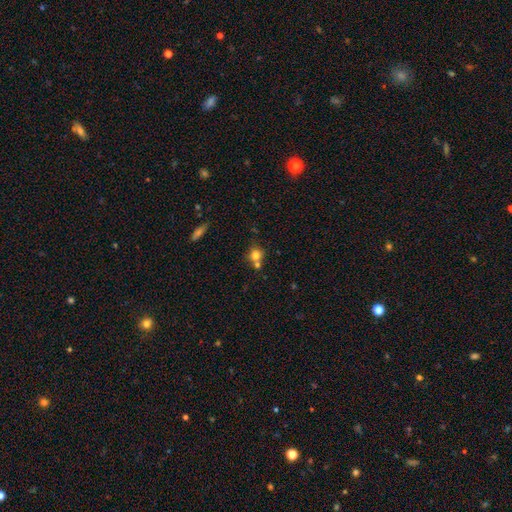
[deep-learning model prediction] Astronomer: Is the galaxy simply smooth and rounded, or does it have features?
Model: smooth — 77%.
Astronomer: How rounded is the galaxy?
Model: round — 84%.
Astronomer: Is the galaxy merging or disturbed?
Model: none — 53% (runner-up: merger, 34%).